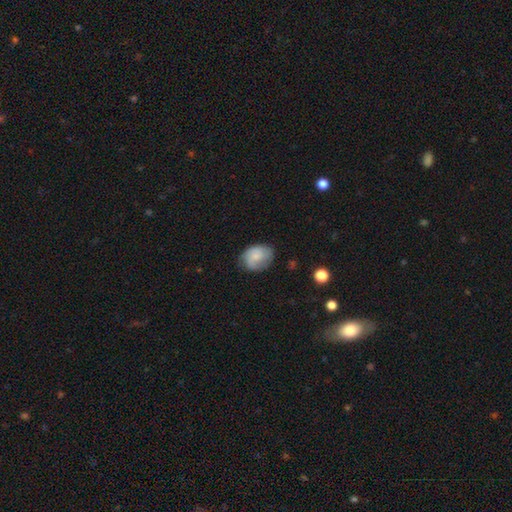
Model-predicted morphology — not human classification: smooth 67%, featured or disk 26%, star or artifact 7%. Down the decision tree: how rounded — in between (61%); merging — none (60%).